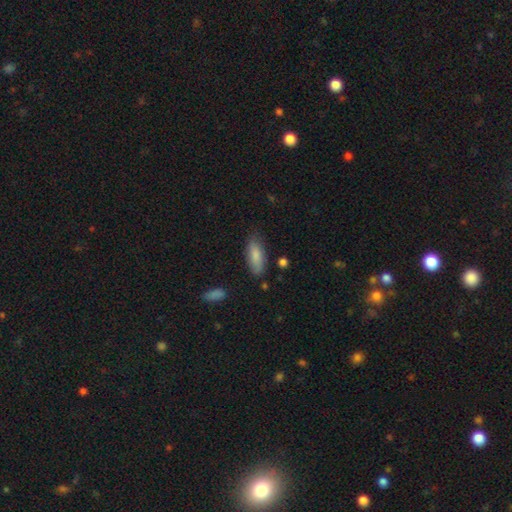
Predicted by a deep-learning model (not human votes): Smooth or featured? smooth (82%)
How rounded? in between (72%)
Merging? none (76%)